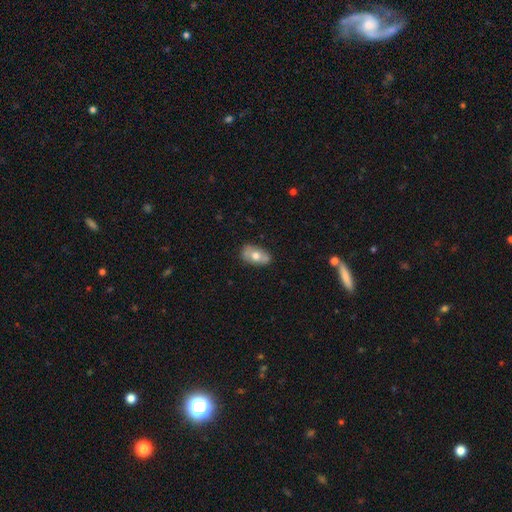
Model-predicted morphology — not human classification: smooth 62%, featured or disk 31%, star or artifact 7%. Down the decision tree: how rounded — in between (89%); merging — none (75%).